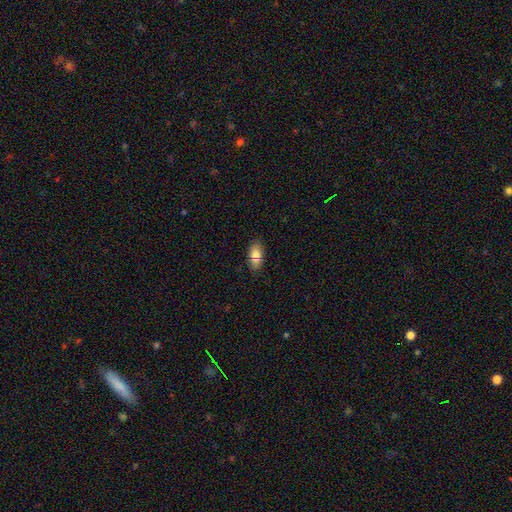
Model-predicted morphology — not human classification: Overall: smooth (77%). How rounded: in between (88%). Merging: none (79%).